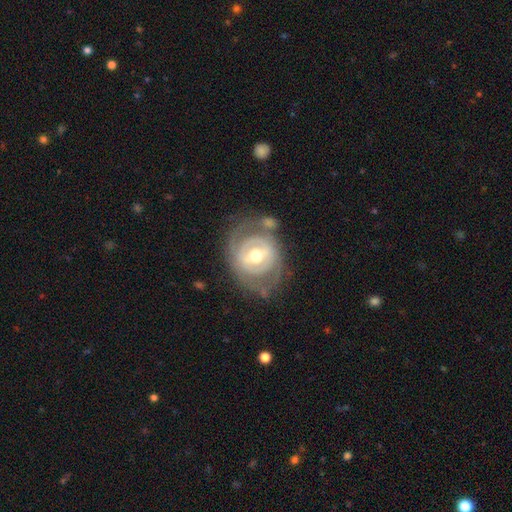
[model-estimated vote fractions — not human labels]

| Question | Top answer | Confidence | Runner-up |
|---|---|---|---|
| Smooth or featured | featured or disk | 78% | smooth (17%) |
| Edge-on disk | no | 96% | yes (4%) |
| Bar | weak | 42% | no (35%) |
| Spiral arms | yes | 70% | no (30%) |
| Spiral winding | tight | 64% | medium (25%) |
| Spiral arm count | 2 | 46% | can't tell (34%) |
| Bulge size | moderate | 73% | small (18%) |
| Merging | none | 61% | minor disturbance (20%) |